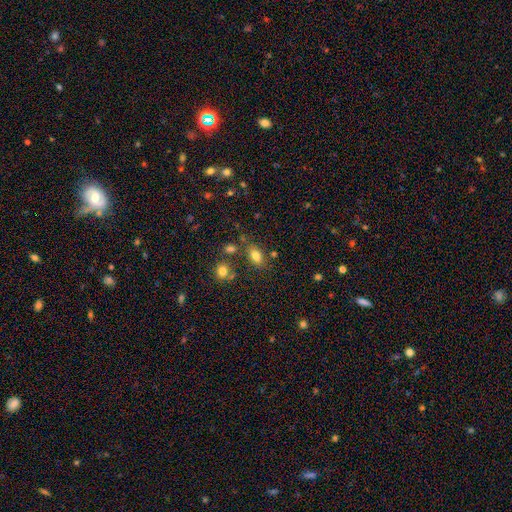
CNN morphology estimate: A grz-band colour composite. It shows a smooth galaxy with no disk features (80%) that is in between round and cigar-shaped (84%). Merging: none (74%).